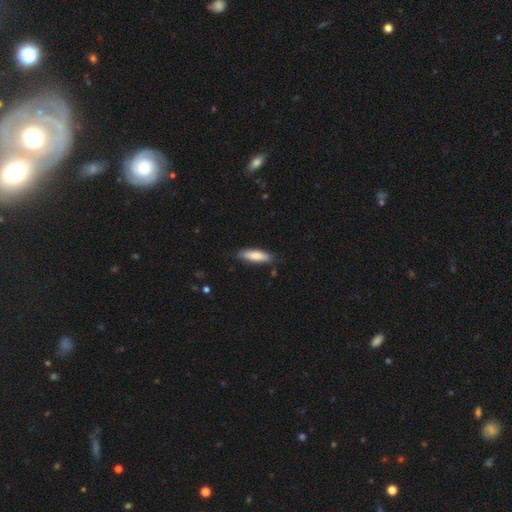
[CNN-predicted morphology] type=smooth (82%); roundness=cigar-shaped (55%); merging=none (83%).